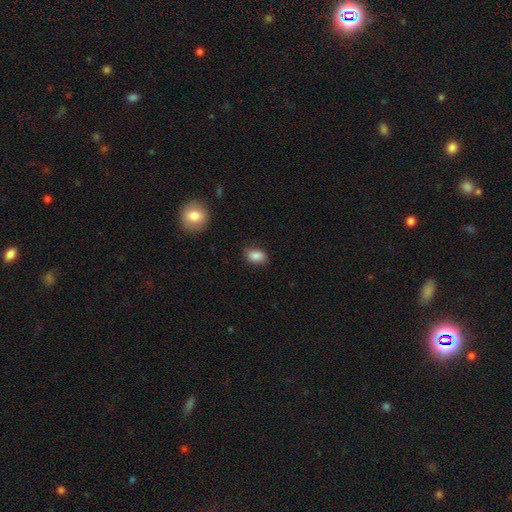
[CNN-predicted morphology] type=smooth (86%); roundness=in between (81%); merging=none (80%).